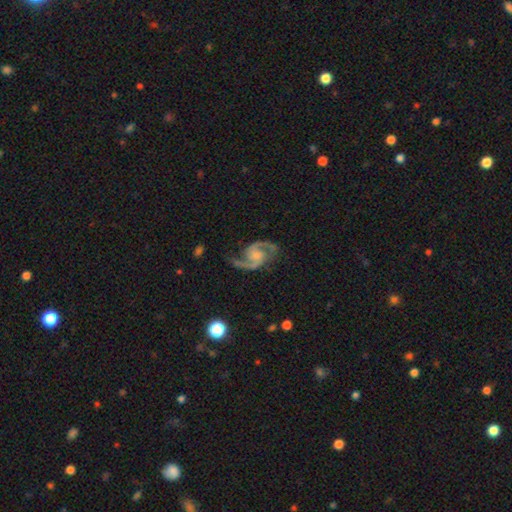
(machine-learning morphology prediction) Smooth or featured?
  - featured or disk: 92% *
  - star or artifact: 4%
  - smooth: 3%
Edge-on disk?
  - no: 98% *
  - yes: 2%
Bar?
  - no: 57% *
  - weak: 35%
  - strong: 8%
Spiral arms?
  - yes: 98% *
  - no: 2%
Spiral winding?
  - medium: 56% *
  - loose: 32%
  - tight: 12%
Spiral arm count?
  - 2: 94% *
  - can't tell: 1%
  - 1: 1%
  - 3: 1%
  - 4: 1%
  - more than 4: 1%
Bulge size?
  - small: 39% *
  - moderate: 32%
  - none: 22%
  - large: 6%
  - dominant: 1%
Merging?
  - none: 74% *
  - minor disturbance: 16%
  - major disturbance: 8%
  - merger: 2%